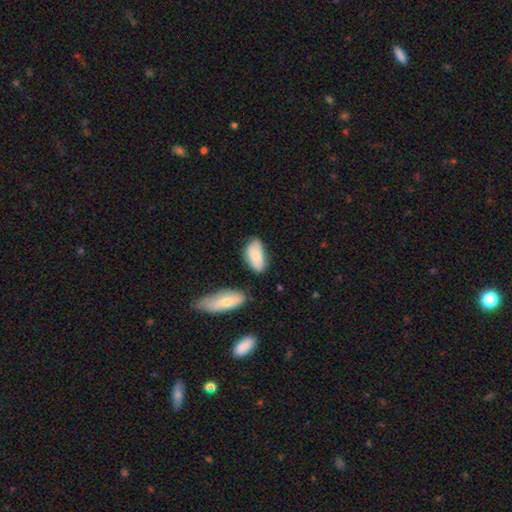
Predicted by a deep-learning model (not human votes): A smooth galaxy with no disk features (75%) that is in between round and cigar-shaped (92%). Merging: none (61%).